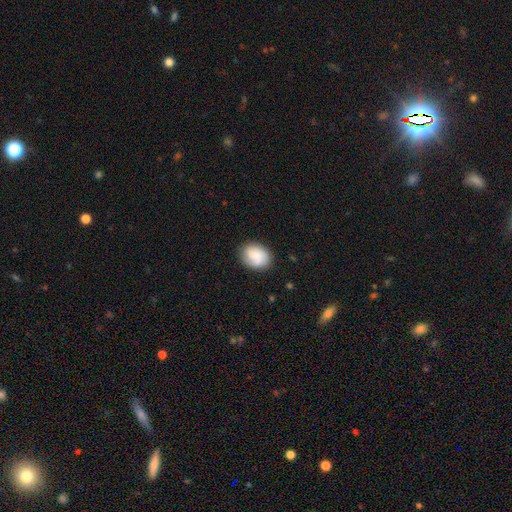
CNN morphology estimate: Q: Smooth or featured?
A: smooth (74%); runner-up: featured or disk (19%)
Q: How rounded?
A: in between (60%); runner-up: round (39%)
Q: Merging?
A: none (82%); runner-up: minor disturbance (13%)